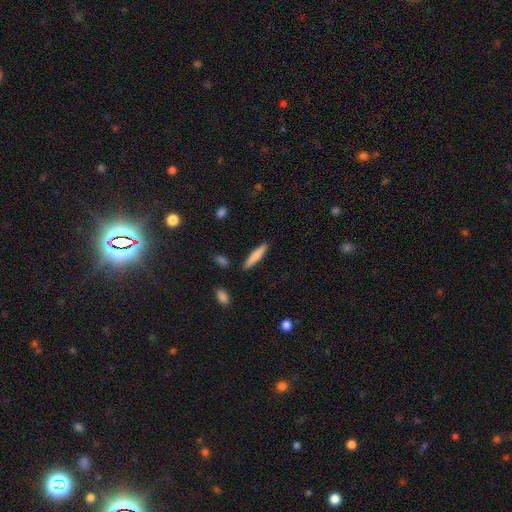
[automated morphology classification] type=smooth (74%); roundness=cigar-shaped (90%); merging=none (88%).